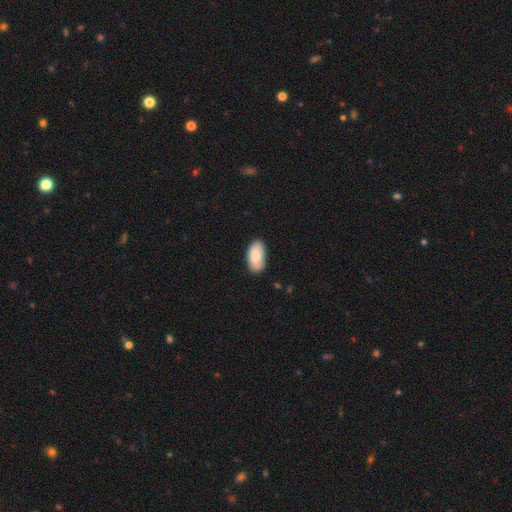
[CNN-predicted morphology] smooth 84%, featured or disk 10%, star or artifact 6%. Down the decision tree: how rounded — in between (95%); merging — none (77%).